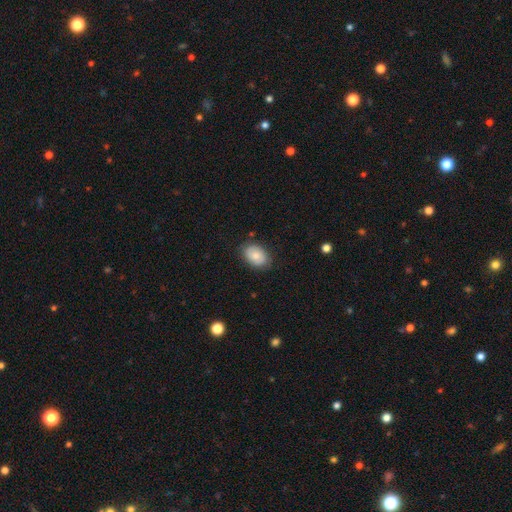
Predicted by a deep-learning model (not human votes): Smooth or featured? Predicted: smooth (p=0.75). How rounded? Predicted: in between (p=0.82). Merging? Predicted: none (p=0.81).